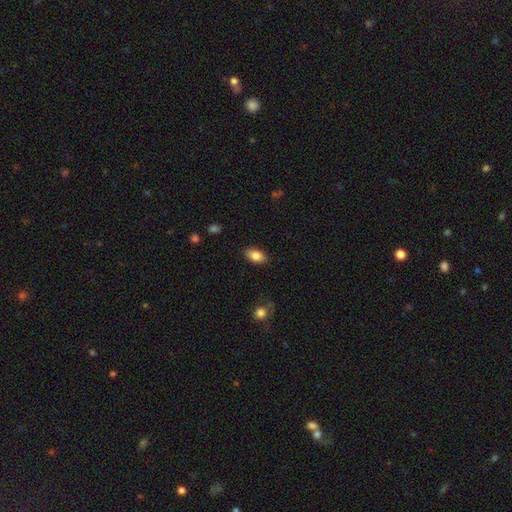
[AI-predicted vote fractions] smooth 85%, featured or disk 8%, star or artifact 8%. Down the decision tree: how rounded — in between (91%); merging — none (86%).